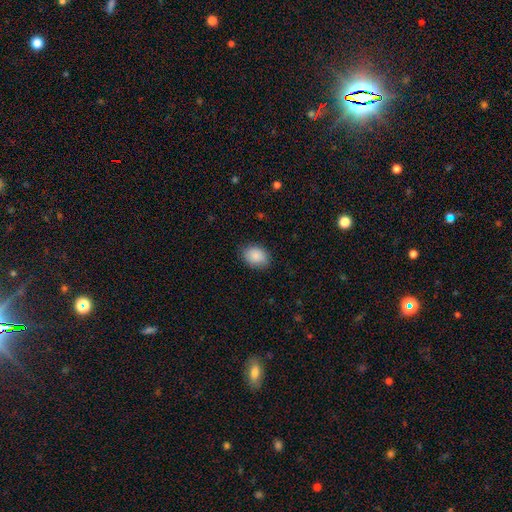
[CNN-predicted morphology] type=smooth (89%); roundness=in between (71%); merging=none (84%).